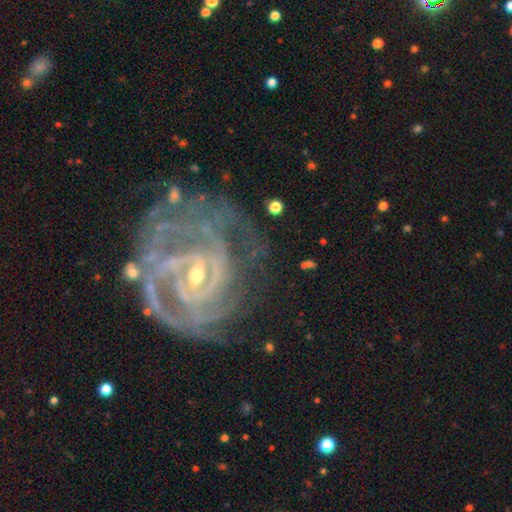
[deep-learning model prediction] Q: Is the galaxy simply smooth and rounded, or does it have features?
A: featured or disk — 88%.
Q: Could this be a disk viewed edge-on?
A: no — 97%.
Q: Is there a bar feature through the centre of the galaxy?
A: weak — 45%.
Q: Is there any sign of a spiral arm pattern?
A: yes — 96%.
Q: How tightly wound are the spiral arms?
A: tight — 71%.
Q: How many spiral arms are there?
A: can't tell — 28%.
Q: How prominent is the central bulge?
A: small — 70%.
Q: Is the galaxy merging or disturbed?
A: none — 59%.